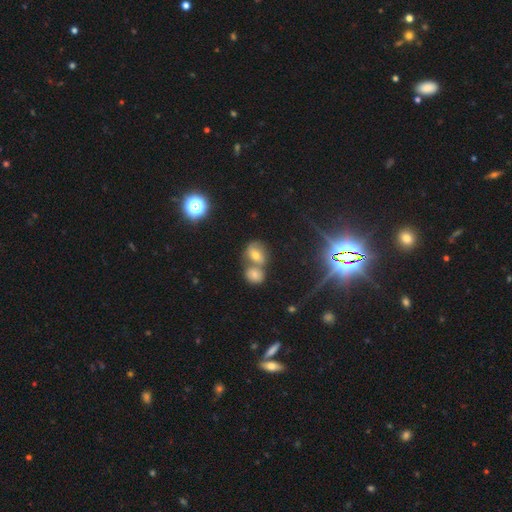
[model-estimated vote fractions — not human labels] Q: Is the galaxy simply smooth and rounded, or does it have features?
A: smooth — 39%.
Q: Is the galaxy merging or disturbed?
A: merger — 49%.